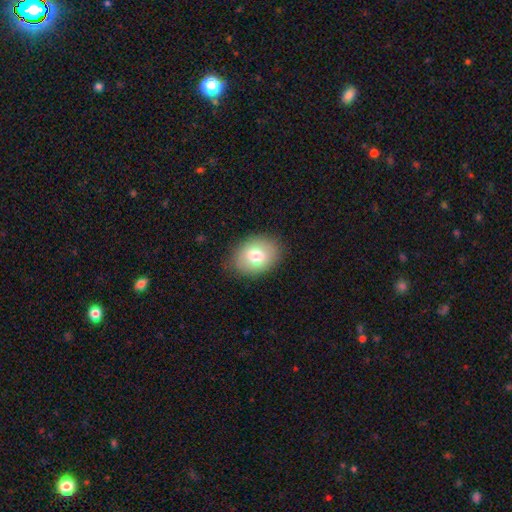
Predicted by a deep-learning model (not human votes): A smooth galaxy with no disk features (76%) that is in between round and cigar-shaped (65%). Merging: none (85%).